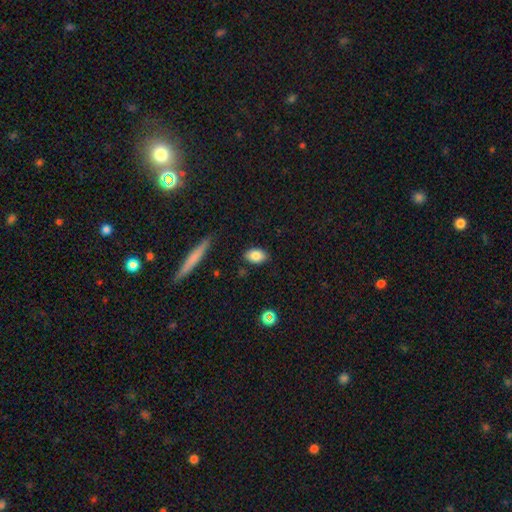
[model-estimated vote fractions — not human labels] Smooth or featured: smooth — 84% (star or artifact — 8%)
How rounded: in between — 87% (round — 11%)
Merging: none — 85% (minor disturbance — 11%)